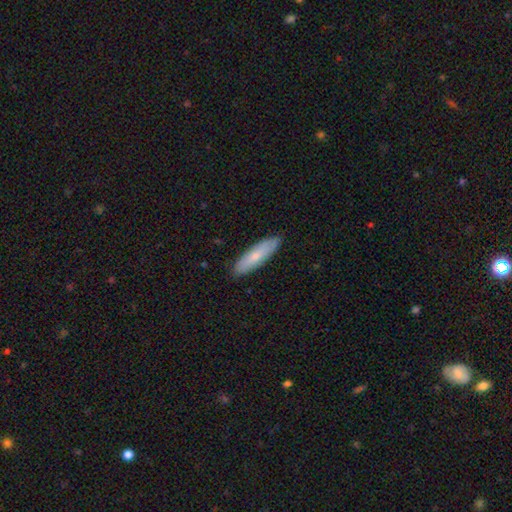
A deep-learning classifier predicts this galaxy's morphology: The model was most divided on "how rounded": cigar-shaped: 69%, in between: 29%, round: 2%. More confident: merging — none (89%); smooth or featured — smooth (70%).